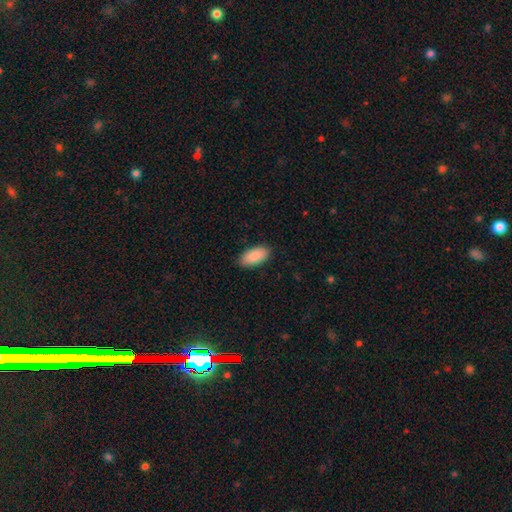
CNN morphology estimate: A smooth galaxy with no disk features (89%) that is in between round and cigar-shaped (93%). Merging: none (88%).